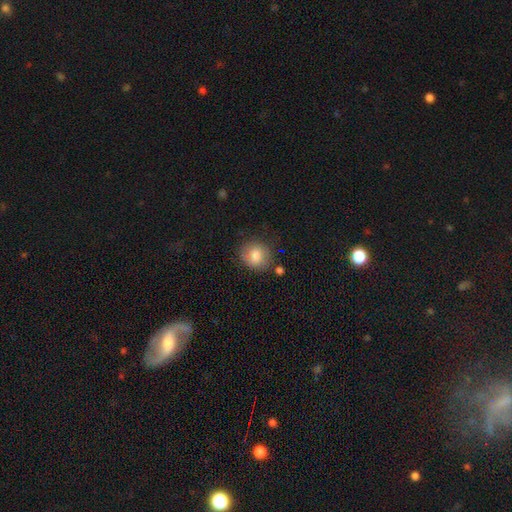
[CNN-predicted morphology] smooth_or_featured: smooth (p=0.79) [alt: featured or disk p=0.12]
how_rounded: round (p=0.82) [alt: in between p=0.17]
merging: none (p=0.78) [alt: minor disturbance p=0.15]